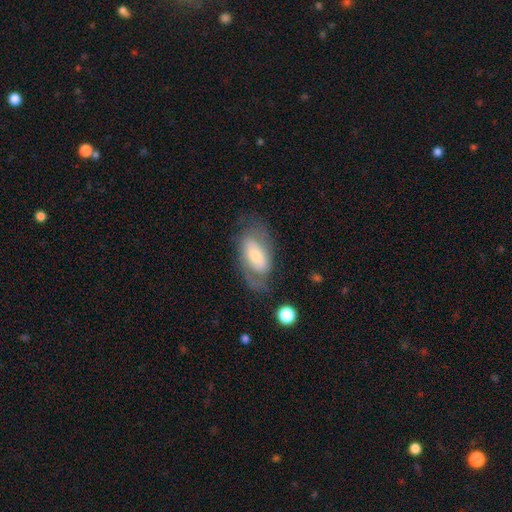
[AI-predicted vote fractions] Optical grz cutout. It shows a featured or disk galaxy (54%). Merging: none (55%).